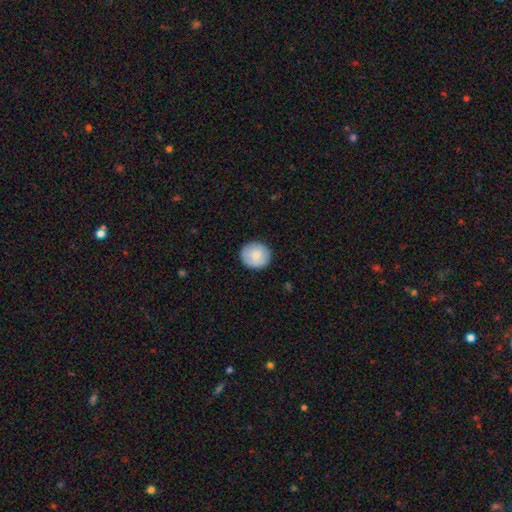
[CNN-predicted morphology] Overall: smooth (83%). How rounded: round (89%). Merging: none (89%).